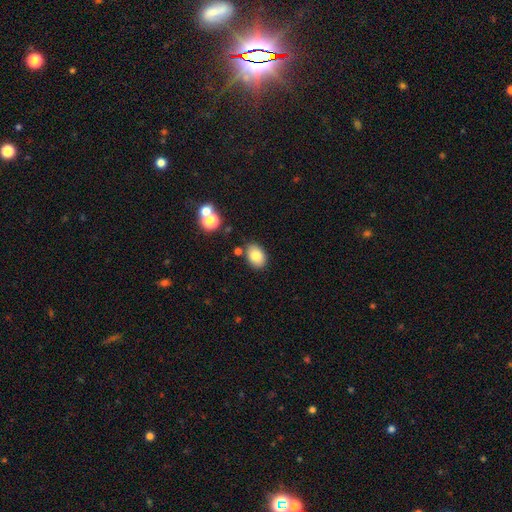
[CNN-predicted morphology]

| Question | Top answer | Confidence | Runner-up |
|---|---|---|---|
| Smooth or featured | smooth | 82% | featured or disk (9%) |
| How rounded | in between | 81% | round (18%) |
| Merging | none | 81% | minor disturbance (11%) |